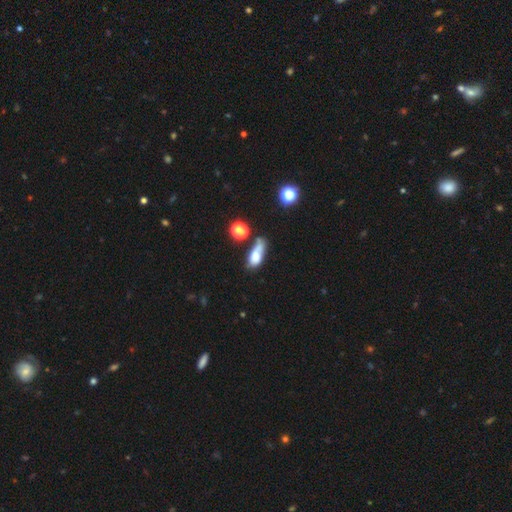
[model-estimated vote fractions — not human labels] Smooth or featured? Predicted: smooth (p=0.66). How rounded? Predicted: in between (p=0.73). Merging? Predicted: merger (p=0.33).